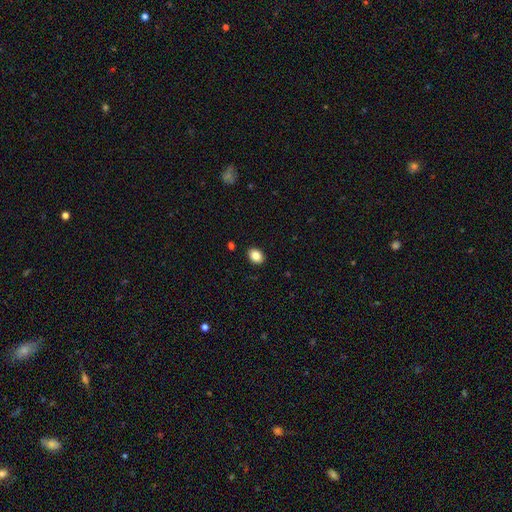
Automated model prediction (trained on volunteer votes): Smooth or featured? Predicted: smooth (p=0.85). How rounded? Predicted: in between (p=0.65). Merging? Predicted: none (p=0.90).